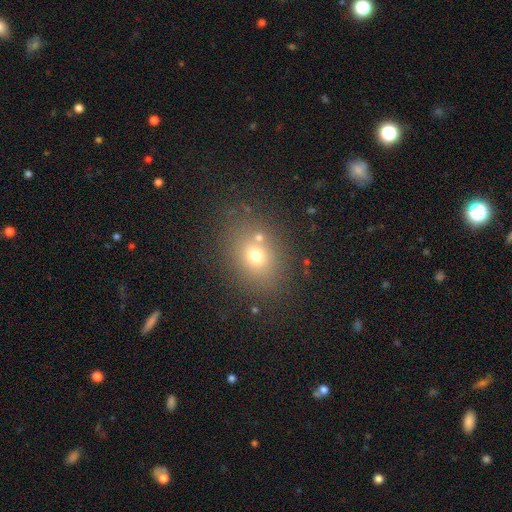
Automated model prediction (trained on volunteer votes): Smooth or featured?
  - smooth: 67% *
  - star or artifact: 18%
  - featured or disk: 15%
How rounded?
  - round: 51% *
  - in between: 48%
  - cigar-shaped: 1%
Merging?
  - none: 74% *
  - minor disturbance: 11%
  - merger: 10%
  - major disturbance: 5%